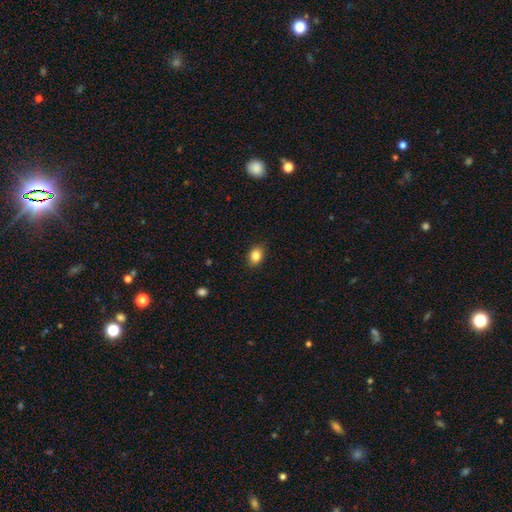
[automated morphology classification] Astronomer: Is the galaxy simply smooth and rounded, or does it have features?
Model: smooth — 85%.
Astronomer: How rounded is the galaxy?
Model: in between — 66%.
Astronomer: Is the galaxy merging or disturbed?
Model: none — 88%.